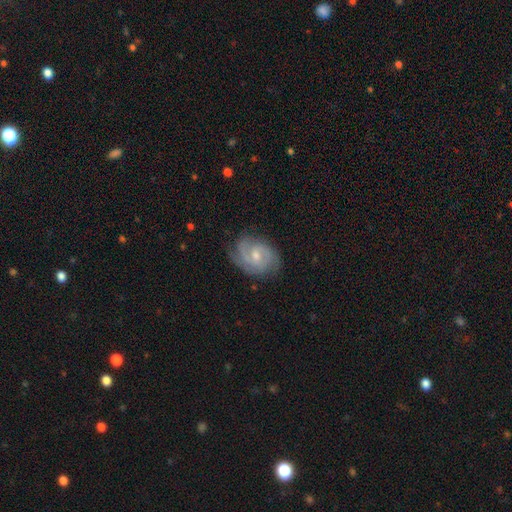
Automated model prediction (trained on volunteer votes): Smooth or featured?
  - featured or disk: 83% *
  - smooth: 12%
  - star or artifact: 5%
Edge-on disk?
  - no: 97% *
  - yes: 3%
Bar?
  - weak: 54% *
  - no: 37%
  - strong: 10%
Spiral arms?
  - yes: 96% *
  - no: 4%
Spiral winding?
  - tight: 47% *
  - medium: 43%
  - loose: 10%
Spiral arm count?
  - 2: 60% *
  - 3: 17%
  - can't tell: 13%
  - 1: 3%
  - 4: 3%
  - more than 4: 3%
Bulge size?
  - small: 48% *
  - moderate: 47%
  - none: 2%
  - large: 2%
  - dominant: 1%
Merging?
  - none: 76% *
  - minor disturbance: 18%
  - major disturbance: 5%
  - merger: 1%